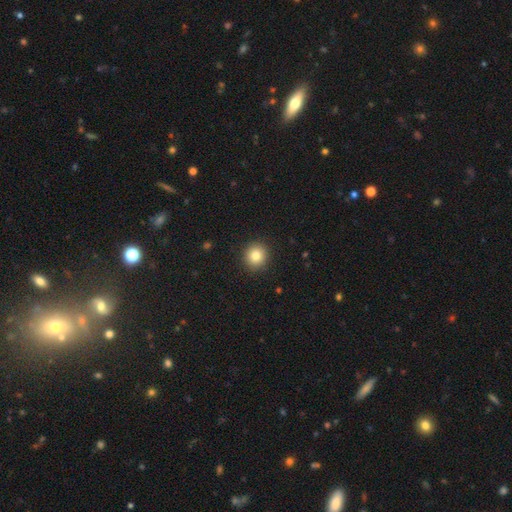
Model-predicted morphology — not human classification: A smooth galaxy with no disk features (83%) that is round (91%). Merging: none (92%).